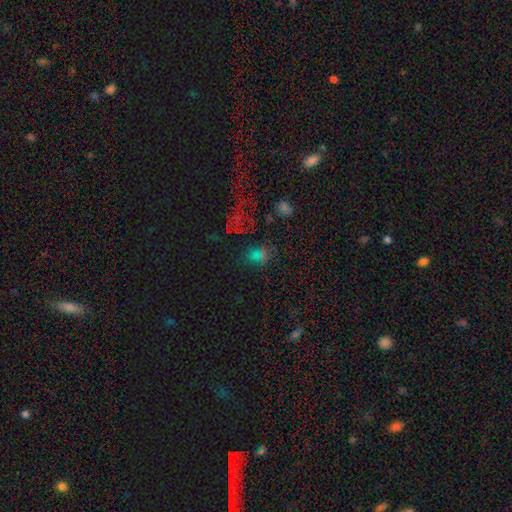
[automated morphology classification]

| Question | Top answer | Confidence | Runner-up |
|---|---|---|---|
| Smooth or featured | star or artifact | 48% | smooth (43%) |